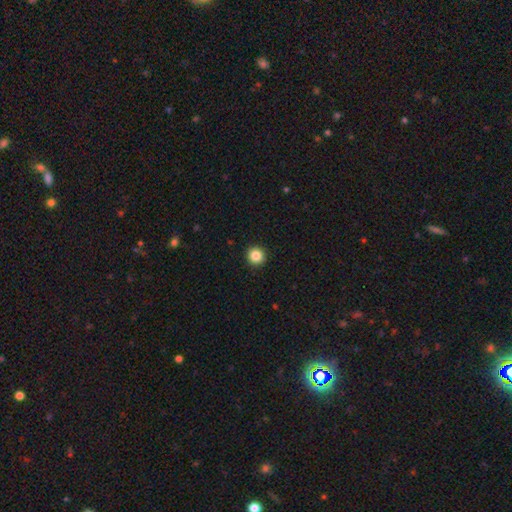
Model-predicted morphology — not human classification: Q: Smooth or featured?
A: smooth (86%); runner-up: star or artifact (10%)
Q: How rounded?
A: round (94%); runner-up: in between (5%)
Q: Merging?
A: none (93%); runner-up: minor disturbance (4%)